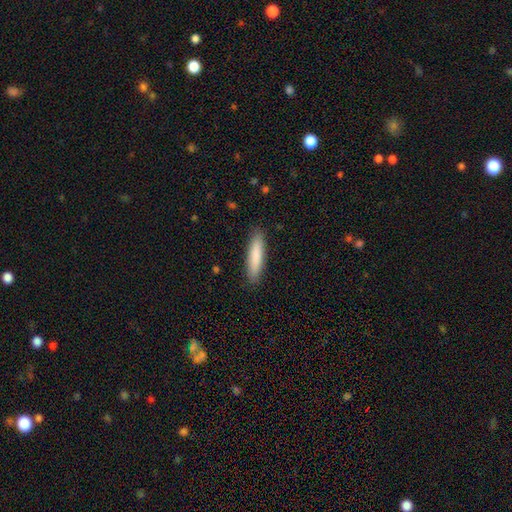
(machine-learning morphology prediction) Smooth or featured: smooth — 84% (featured or disk — 10%)
How rounded: cigar-shaped — 81% (in between — 17%)
Merging: none — 90% (minor disturbance — 8%)